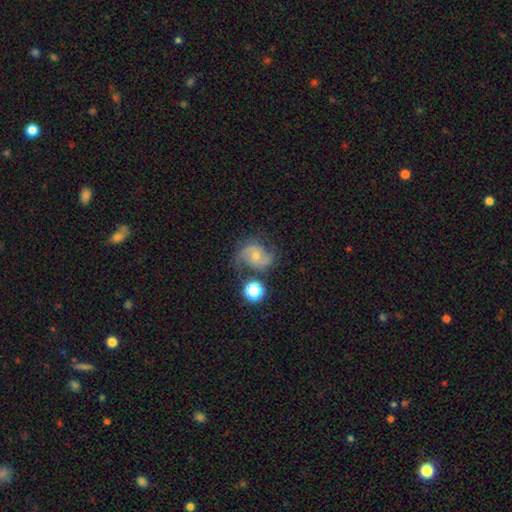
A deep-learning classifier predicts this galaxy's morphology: Smooth or featured? featured or disk (75%)
Edge-on disk? no (98%)
Bar? no (65%)
Spiral arms? yes (94%)
Spiral winding? medium (50%)
Spiral arm count? 2 (83%)
Bulge size? small (52%)
Merging? none (63%)